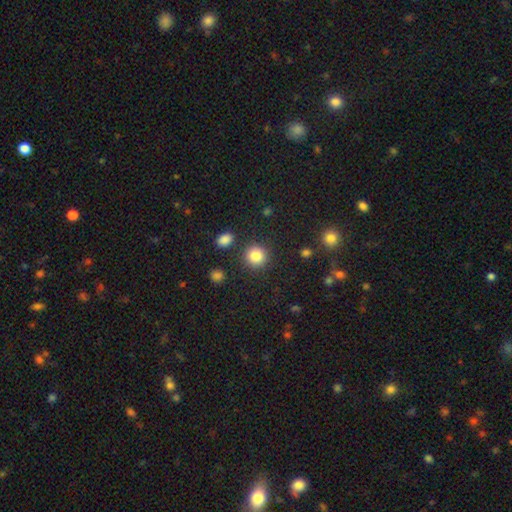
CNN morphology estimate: Smooth or featured? smooth (84%)
How rounded? round (92%)
Merging? none (87%)